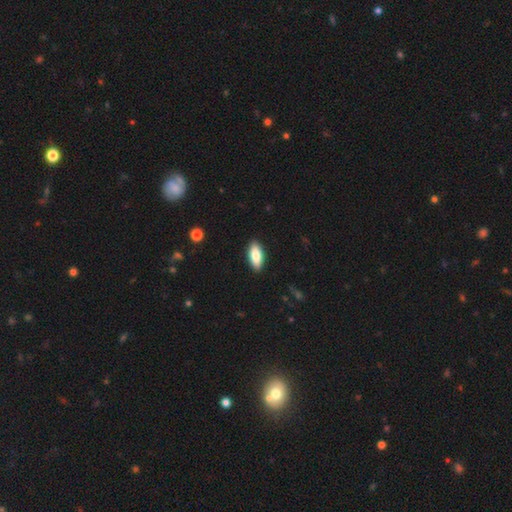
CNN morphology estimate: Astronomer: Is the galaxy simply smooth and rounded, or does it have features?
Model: smooth — 83%.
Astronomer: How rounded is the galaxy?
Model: in between — 83%.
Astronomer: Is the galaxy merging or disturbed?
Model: none — 90%.